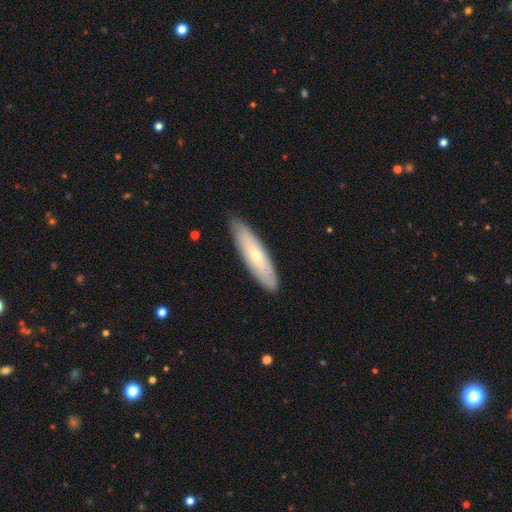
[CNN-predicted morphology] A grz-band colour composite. It shows a smooth galaxy with no disk features (54%) that is cigar-shaped (70%). Merging: none (86%).